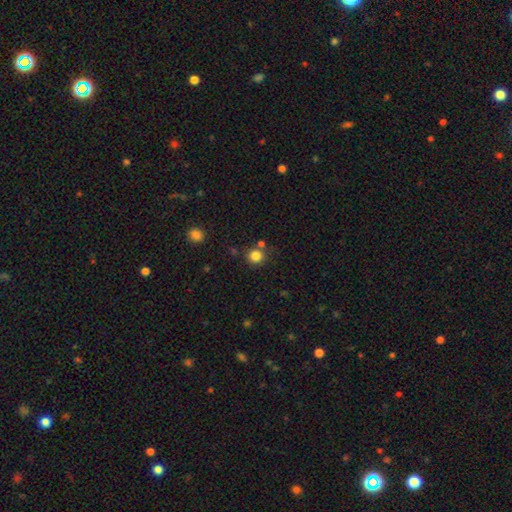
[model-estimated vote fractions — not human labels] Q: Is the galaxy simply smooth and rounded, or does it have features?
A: smooth — 83%.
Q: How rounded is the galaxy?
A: round — 89%.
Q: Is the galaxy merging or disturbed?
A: none — 76%.